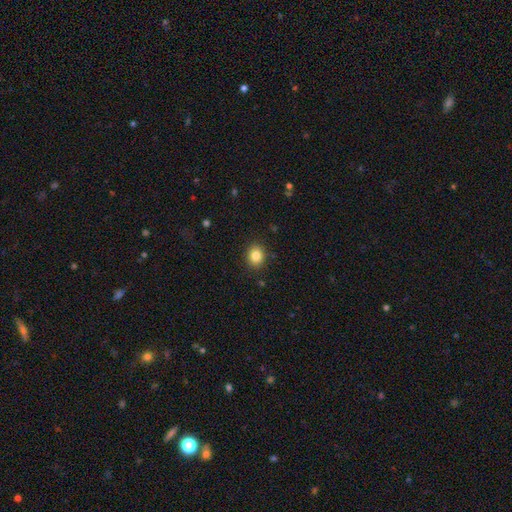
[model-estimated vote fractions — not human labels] The model was most divided on "how rounded": round: 64%, in between: 35%, cigar-shaped: 1%. More confident: merging — none (88%); smooth or featured — smooth (85%).